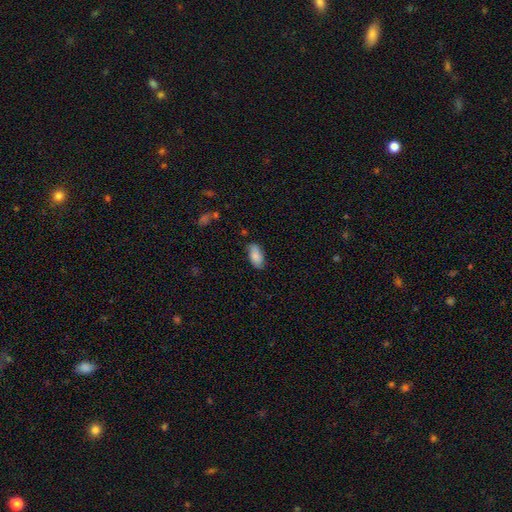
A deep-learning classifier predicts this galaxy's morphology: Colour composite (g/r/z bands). It shows a smooth galaxy with no disk features (83%) that is in between round and cigar-shaped (92%). Merging: none (77%).